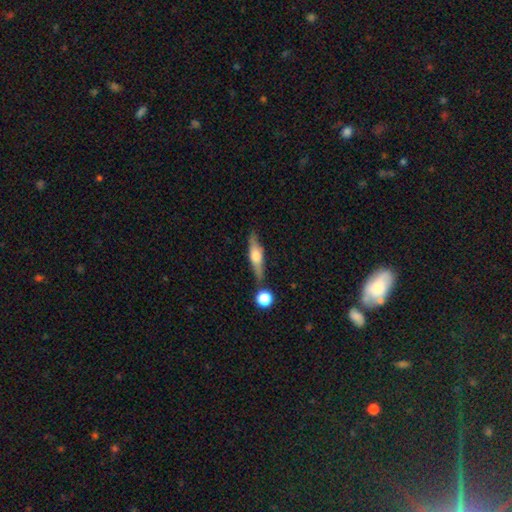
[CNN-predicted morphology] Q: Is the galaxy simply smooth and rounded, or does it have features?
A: featured or disk — 54%.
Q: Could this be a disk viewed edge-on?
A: yes — 91%.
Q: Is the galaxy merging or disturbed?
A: none — 73%.